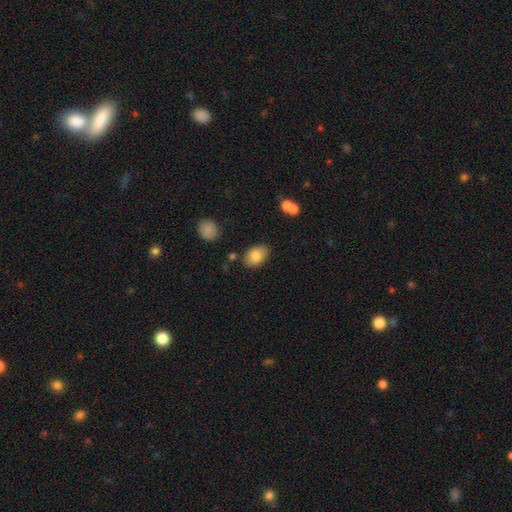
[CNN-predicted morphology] A smooth galaxy with no disk features (81%) that is in between round and cigar-shaped (84%). Merging: none (81%).